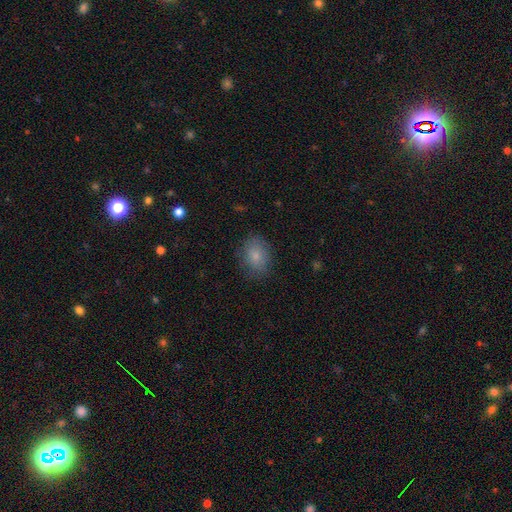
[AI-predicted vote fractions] The model was most divided on "how rounded": in between: 58%, round: 41%, cigar-shaped: 1%. More confident: smooth or featured — smooth (82%); merging — none (80%).